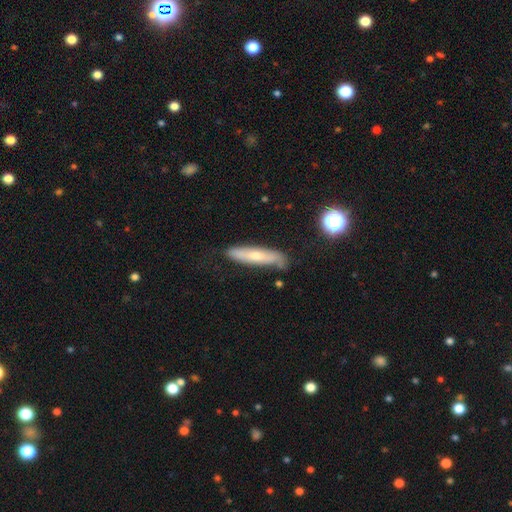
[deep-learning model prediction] Smooth or featured? Predicted: smooth (p=0.51). How rounded? Predicted: cigar-shaped (p=0.81). Merging? Predicted: none (p=0.70).